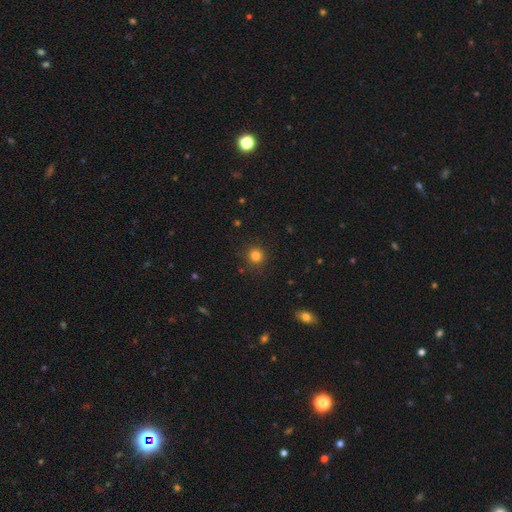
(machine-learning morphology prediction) A smooth galaxy with no disk features (81%) that is round (93%).

Vote fractions:
- Smooth or featured? smooth: 81% / star or artifact: 14% / featured or disk: 5%
- How rounded? round: 93% / in between: 7% / cigar-shaped: 1%
- Merging? none: 90% / minor disturbance: 7% / major disturbance: 2% / merger: 1%